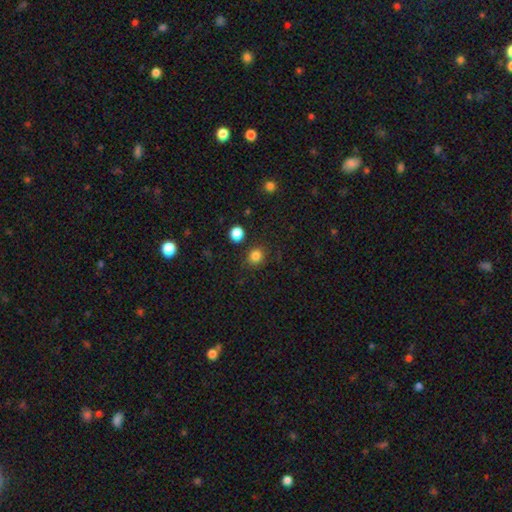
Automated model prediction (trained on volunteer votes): Smooth or featured: smooth — 83% (star or artifact — 12%)
How rounded: round — 82% (in between — 17%)
Merging: none — 85% (minor disturbance — 8%)